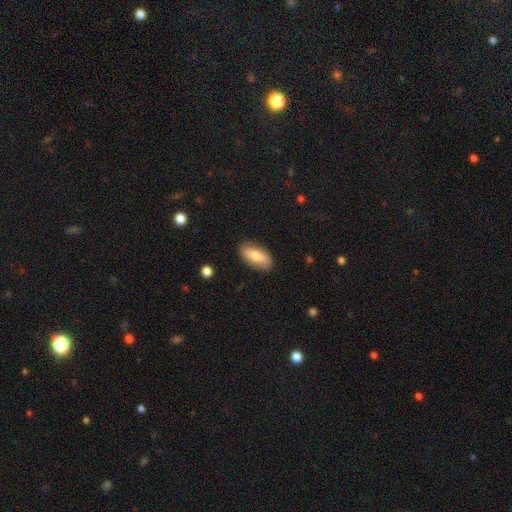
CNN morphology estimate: The model was most divided on "smooth or featured": smooth: 68%, featured or disk: 26%, star or artifact: 6%. More confident: merging — none (86%); how rounded — in between (83%).